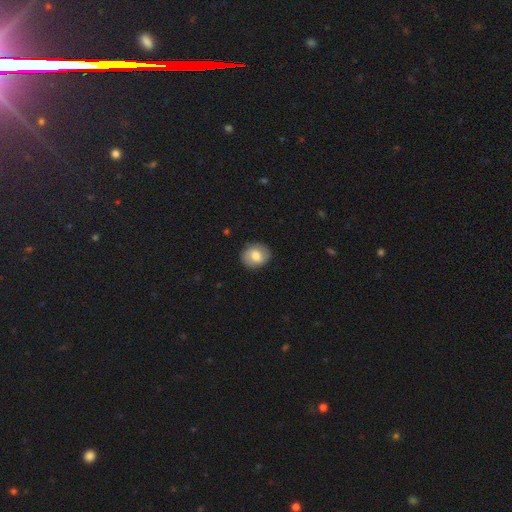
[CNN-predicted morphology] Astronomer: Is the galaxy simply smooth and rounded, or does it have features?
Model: smooth — 64%.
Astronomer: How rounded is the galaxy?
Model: round — 63%.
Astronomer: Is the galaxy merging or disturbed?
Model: none — 85%.